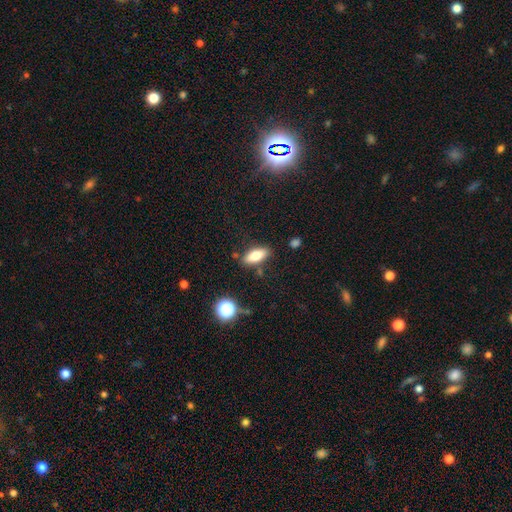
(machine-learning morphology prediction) Smooth or featured? smooth (75%)
How rounded? in between (78%)
Merging? none (81%)